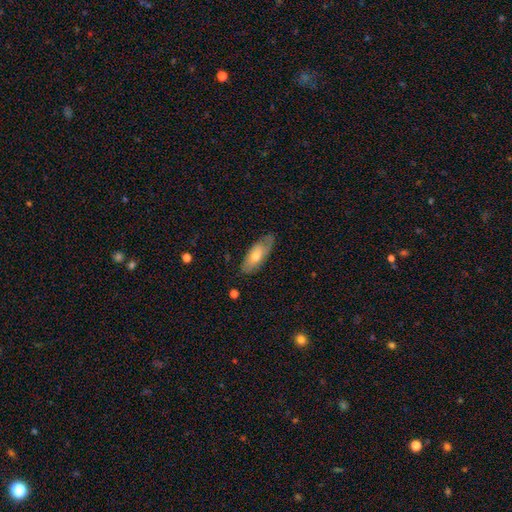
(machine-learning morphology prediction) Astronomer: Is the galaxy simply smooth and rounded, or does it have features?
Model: smooth — 64%.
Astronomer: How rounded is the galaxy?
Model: in between — 72%.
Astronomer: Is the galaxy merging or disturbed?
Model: none — 74%.